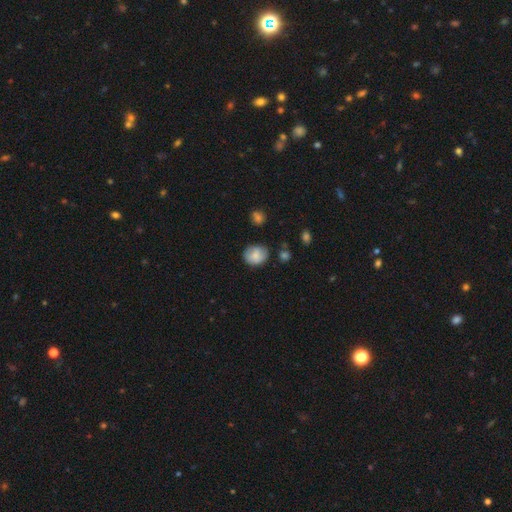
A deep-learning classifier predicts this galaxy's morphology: Smooth or featured: smooth — 77% (featured or disk — 15%)
How rounded: round — 66% (in between — 33%)
Merging: none — 71% (minor disturbance — 21%)